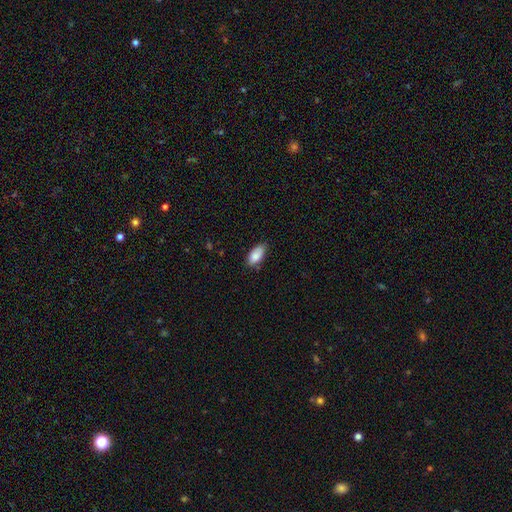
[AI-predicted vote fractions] Smooth or featured: smooth — 86% (featured or disk — 7%)
How rounded: in between — 93% (cigar-shaped — 5%)
Merging: none — 70% (minor disturbance — 25%)